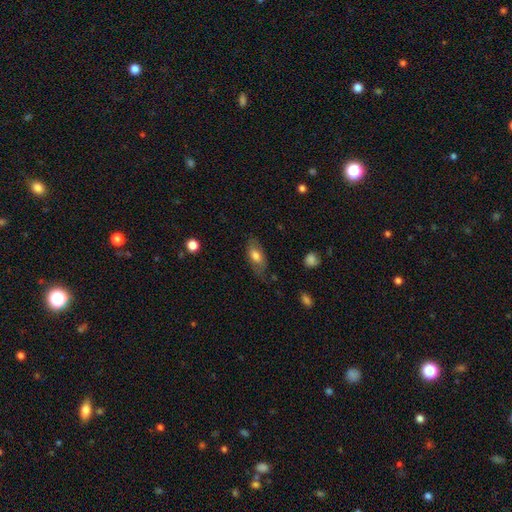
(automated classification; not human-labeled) Smooth or featured?
  - smooth: 70% *
  - featured or disk: 23%
  - star or artifact: 7%
How rounded?
  - in between: 85% *
  - cigar-shaped: 11%
  - round: 4%
Merging?
  - none: 73% *
  - minor disturbance: 19%
  - major disturbance: 6%
  - merger: 2%